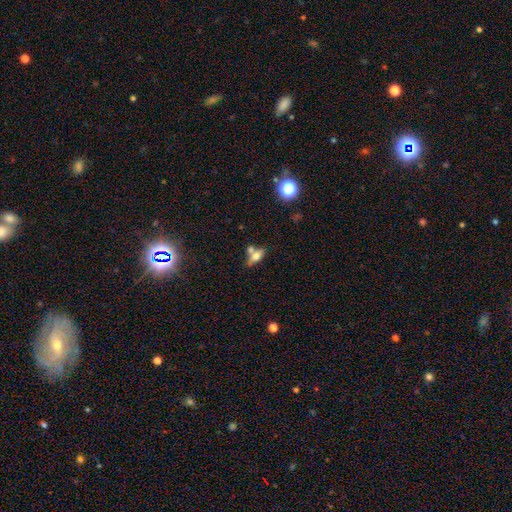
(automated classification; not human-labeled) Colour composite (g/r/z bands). It shows a smooth galaxy with no disk features (60%) that is in between round and cigar-shaped (72%). Merging: none (49%).